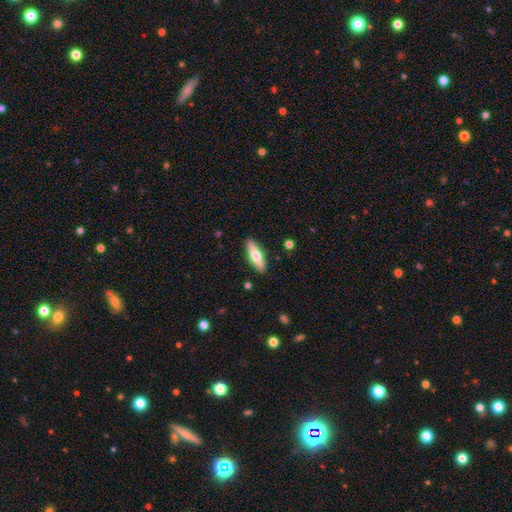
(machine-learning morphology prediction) smooth-or-featured: smooth: 51% | featured or disk: 43% | star or artifact: 6%
  how-rounded: cigar-shaped: 61% | in between: 37% | round: 2%
  merging: none: 89% | minor disturbance: 8% | major disturbance: 2% | merger: 1%